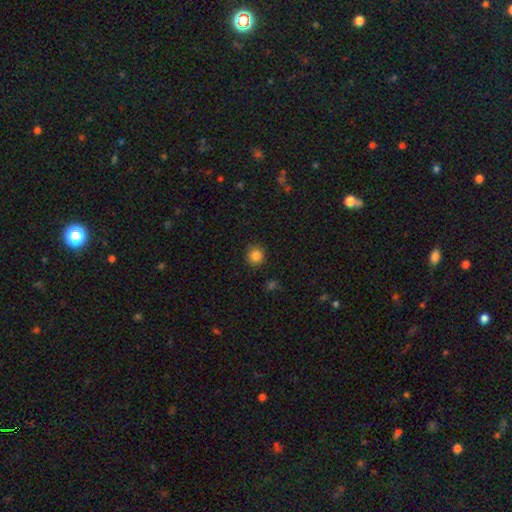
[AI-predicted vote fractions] smooth-or-featured: smooth: 86% | star or artifact: 11% | featured or disk: 3%
  how-rounded: round: 92% | in between: 7% | cigar-shaped: 1%
  merging: none: 89% | minor disturbance: 8% | major disturbance: 2% | merger: 1%